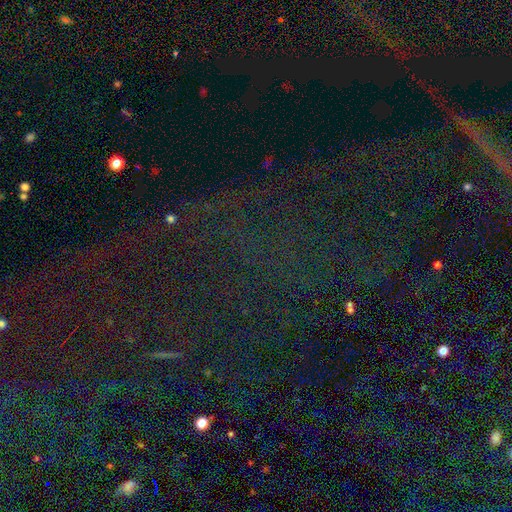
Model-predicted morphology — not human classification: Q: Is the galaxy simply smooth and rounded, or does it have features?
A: star or artifact — 80%.